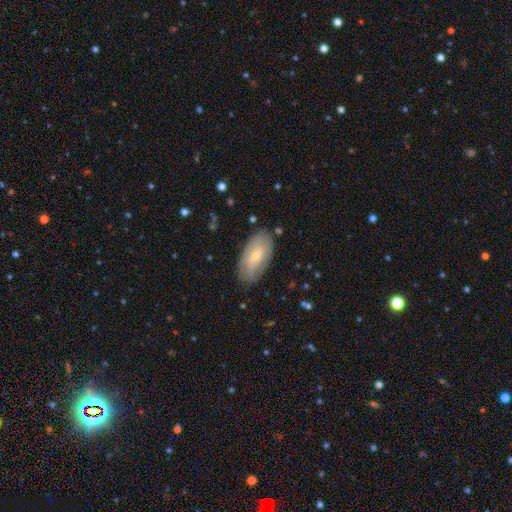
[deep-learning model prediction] This appears to be a smooth galaxy with no disk features (47%). Merging: none (80%).